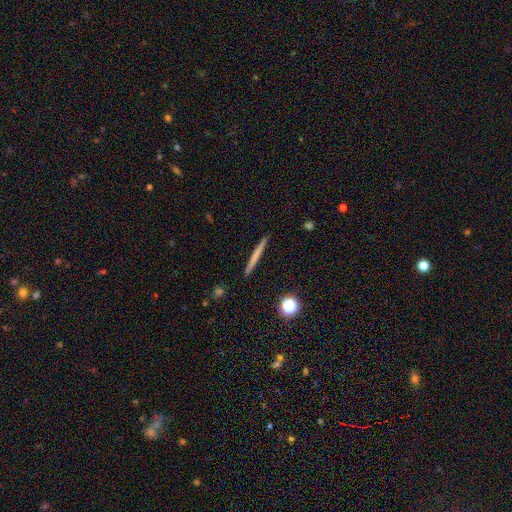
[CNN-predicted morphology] A smooth galaxy with no disk features (60%) that is cigar-shaped (96%). Merging: none (92%).